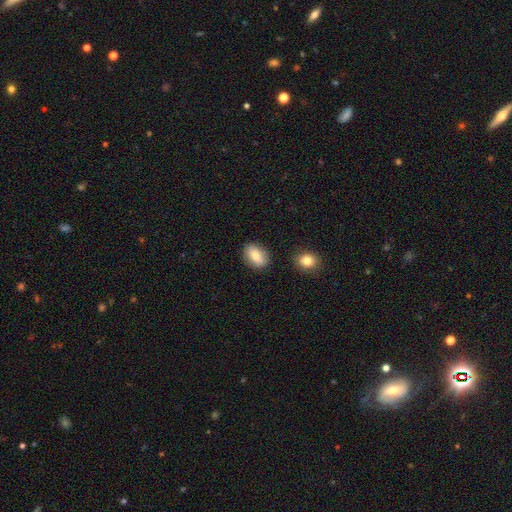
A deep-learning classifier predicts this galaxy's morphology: This appears to be a smooth galaxy with no disk features (83%) that is in between round and cigar-shaped (85%). Merging: none (83%).